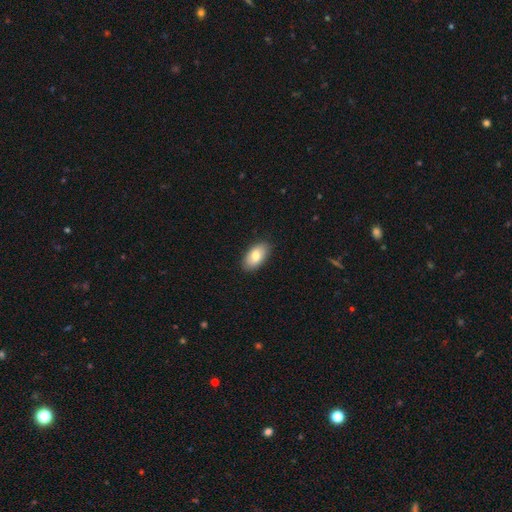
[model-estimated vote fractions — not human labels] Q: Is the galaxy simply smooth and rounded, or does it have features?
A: smooth — 80%.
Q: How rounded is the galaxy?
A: in between — 94%.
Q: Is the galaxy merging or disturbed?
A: none — 87%.